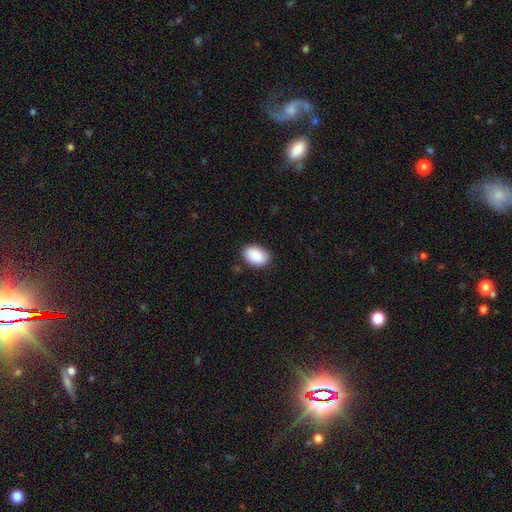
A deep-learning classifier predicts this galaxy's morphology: smooth-or-featured: smooth: 89% | star or artifact: 6% | featured or disk: 4%
  how-rounded: in between: 85% | round: 14% | cigar-shaped: 1%
  merging: none: 86% | minor disturbance: 10% | major disturbance: 2% | merger: 1%